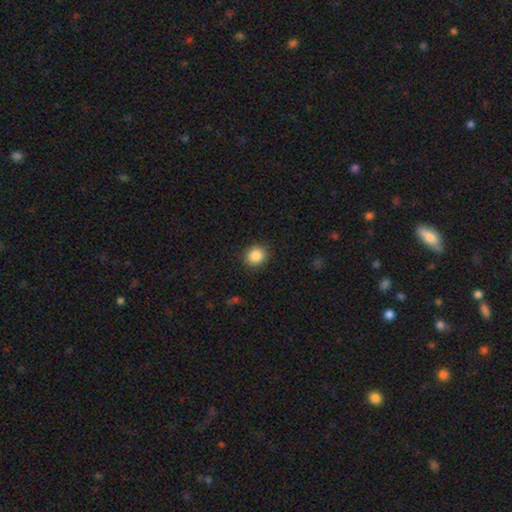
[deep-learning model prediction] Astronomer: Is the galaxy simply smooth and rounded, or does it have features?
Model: smooth — 87%.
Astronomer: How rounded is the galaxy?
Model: round — 78%.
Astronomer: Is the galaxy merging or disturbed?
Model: none — 90%.